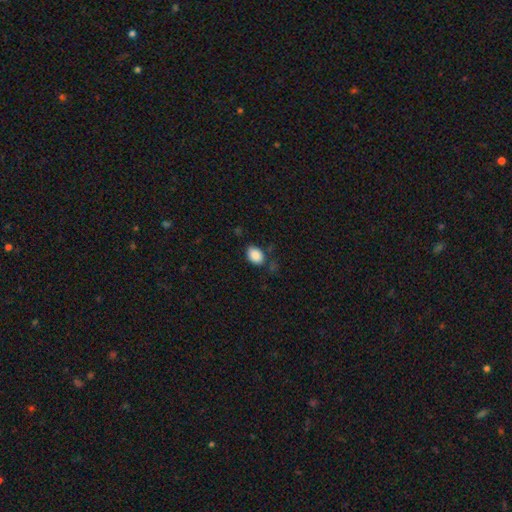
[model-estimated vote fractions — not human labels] This is clearly a smooth galaxy (87%). How rounded: likely in between (79%). Merging: likely none (70%).